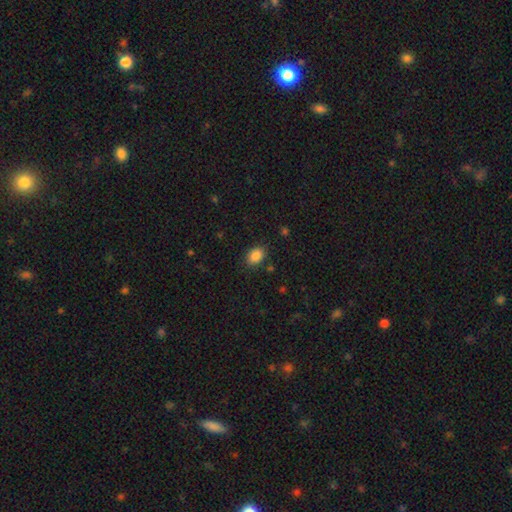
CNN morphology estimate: Smooth or featured?
  - smooth: 86% *
  - star or artifact: 9%
  - featured or disk: 5%
How rounded?
  - in between: 77% *
  - round: 22%
  - cigar-shaped: 1%
Merging?
  - none: 85% *
  - minor disturbance: 11%
  - major disturbance: 3%
  - merger: 2%